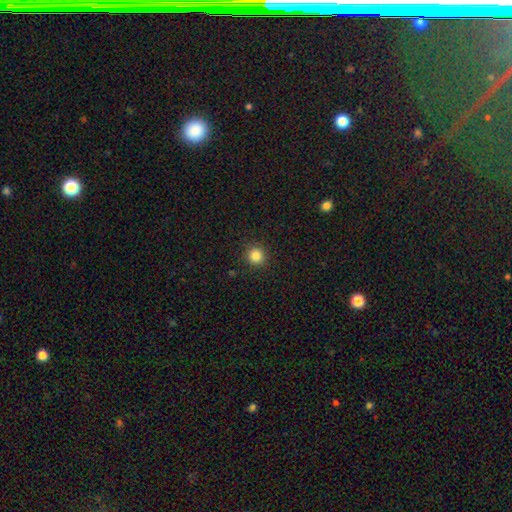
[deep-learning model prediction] A smooth galaxy with no disk features (84%) that is round (94%).

Vote fractions:
- Smooth or featured? smooth: 84% / star or artifact: 12% / featured or disk: 4%
- How rounded? round: 94% / in between: 5% / cigar-shaped: 1%
- Merging? none: 92% / minor disturbance: 5% / major disturbance: 2% / merger: 1%